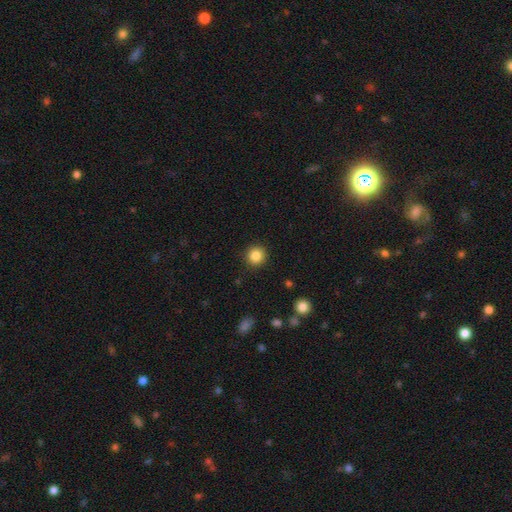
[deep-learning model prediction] This appears to be a smooth galaxy with no disk features (85%) that is round (94%). Merging: none (92%).